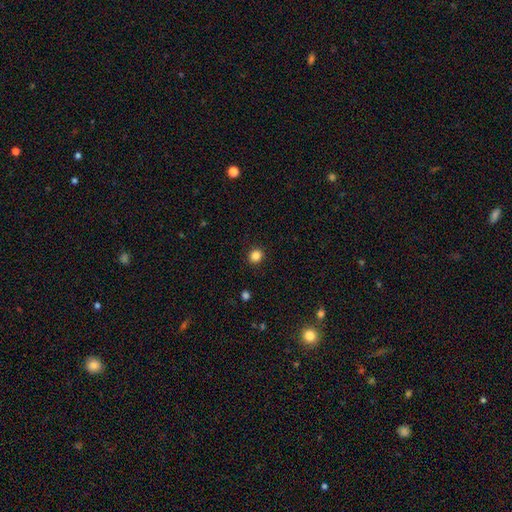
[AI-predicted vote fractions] smooth_or_featured: smooth (p=0.85) [alt: star or artifact p=0.11]
how_rounded: round (p=0.81) [alt: in between p=0.18]
merging: none (p=0.91) [alt: minor disturbance p=0.06]